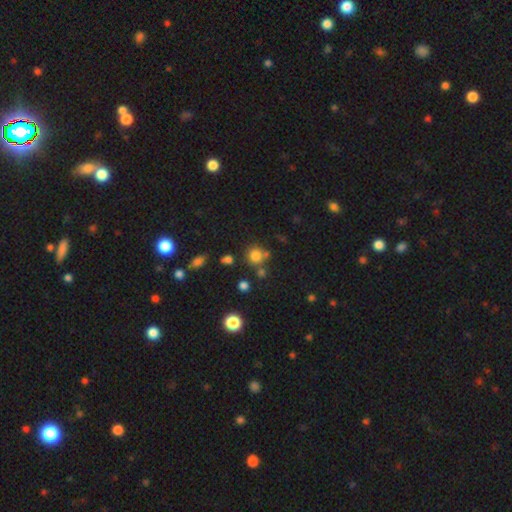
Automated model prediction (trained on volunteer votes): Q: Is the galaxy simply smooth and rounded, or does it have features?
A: smooth — 76%.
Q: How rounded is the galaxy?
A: round — 90%.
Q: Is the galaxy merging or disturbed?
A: none — 70%.